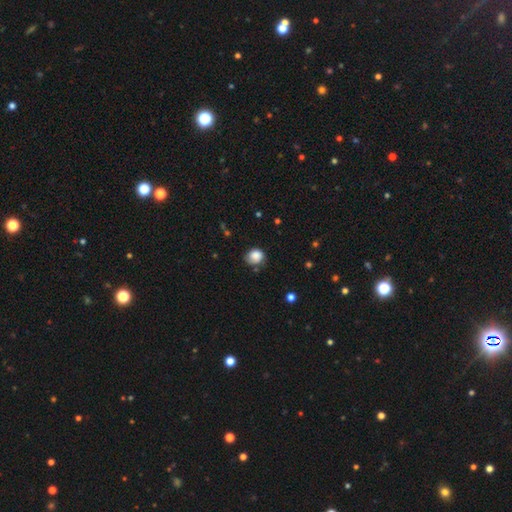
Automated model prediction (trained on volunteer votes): Smooth or featured? Predicted: smooth (p=0.82). How rounded? Predicted: round (p=0.71). Merging? Predicted: none (p=0.61).